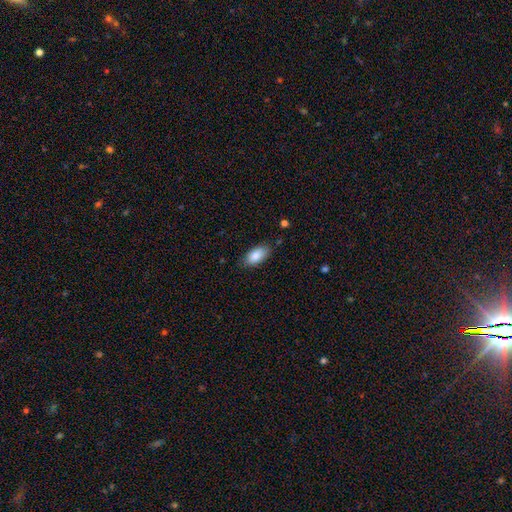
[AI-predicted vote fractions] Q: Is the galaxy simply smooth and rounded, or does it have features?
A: smooth — 87%.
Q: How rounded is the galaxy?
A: in between — 92%.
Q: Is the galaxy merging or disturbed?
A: none — 79%.